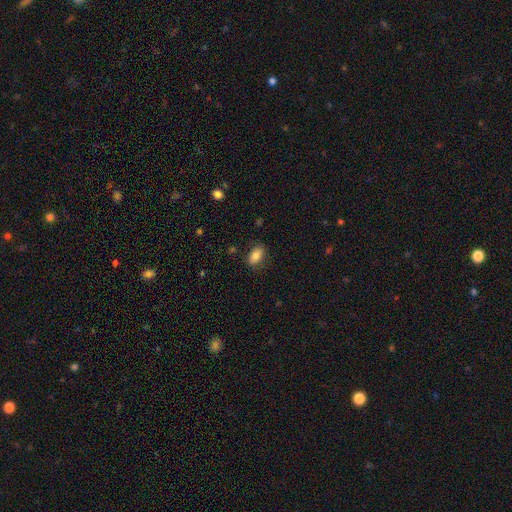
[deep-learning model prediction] smooth 82%, featured or disk 10%, star or artifact 8%. Down the decision tree: how rounded — in between (89%); merging — none (84%).